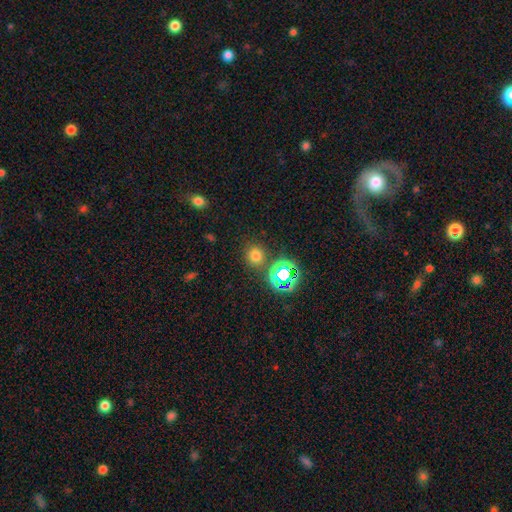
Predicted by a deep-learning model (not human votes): smooth_or_featured: smooth (p=0.69) [alt: star or artifact p=0.25]
how_rounded: round (p=0.88) [alt: in between p=0.11]
merging: none (p=0.83) [alt: minor disturbance p=0.08]